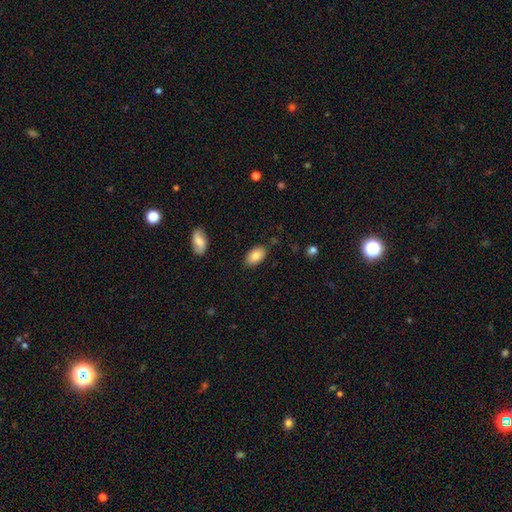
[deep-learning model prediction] The model was most divided on "merging": none: 84%, minor disturbance: 12%, major disturbance: 3%, merger: 2%. More confident: how rounded — in between (94%); smooth or featured — smooth (85%).